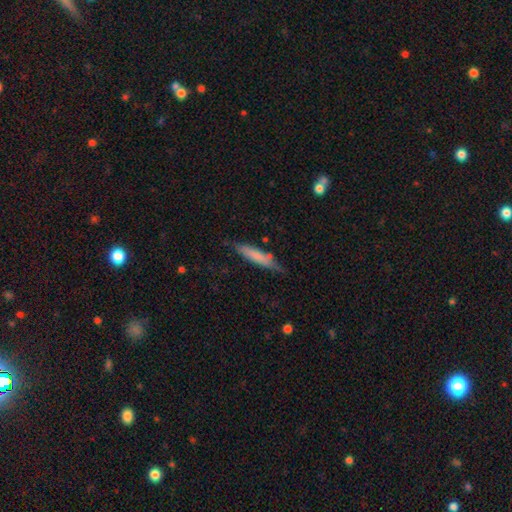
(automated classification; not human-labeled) Q: Smooth or featured?
A: smooth (70%); runner-up: featured or disk (25%)
Q: How rounded?
A: cigar-shaped (87%); runner-up: in between (12%)
Q: Merging?
A: none (73%); runner-up: minor disturbance (20%)